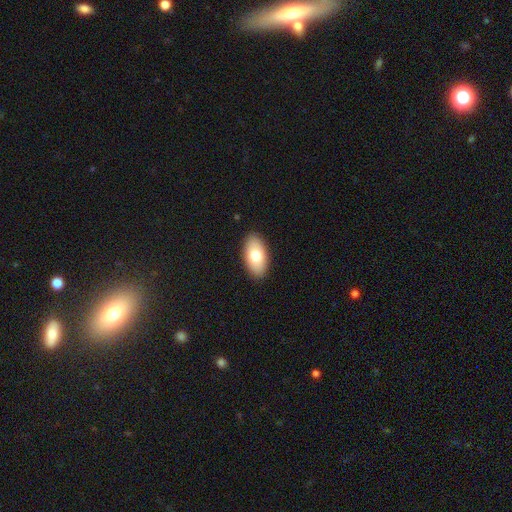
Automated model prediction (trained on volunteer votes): Q: Smooth or featured?
A: smooth (77%); runner-up: featured or disk (17%)
Q: How rounded?
A: in between (94%); runner-up: round (3%)
Q: Merging?
A: none (89%); runner-up: minor disturbance (8%)